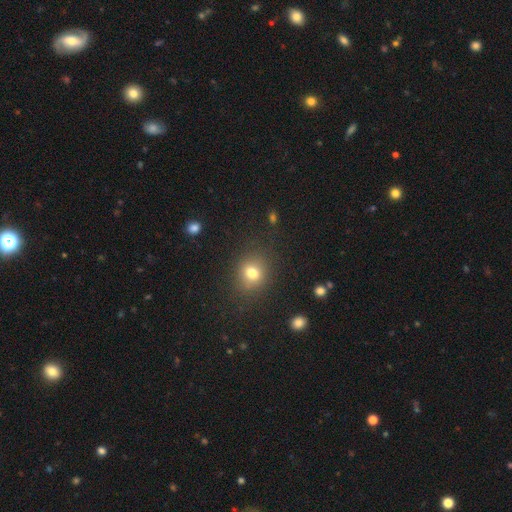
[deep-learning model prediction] Smooth or featured? smooth (67%)
How rounded? round (78%)
Merging? none (89%)